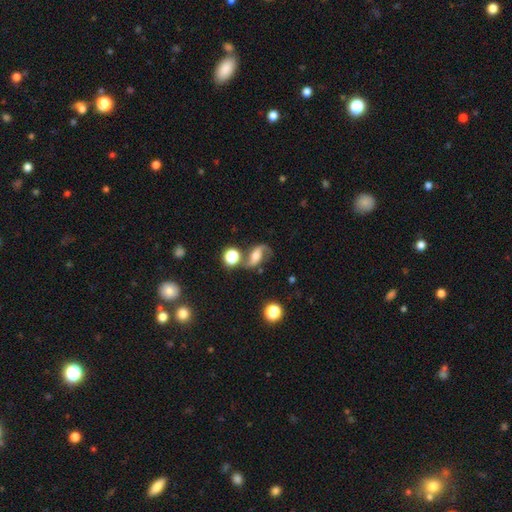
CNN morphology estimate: featured or disk 78%, smooth 13%, star or artifact 9%. Down the decision tree: edge-on disk — no (96%); bar — no (39%); spiral arms — yes (95%); spiral arm count — 2 (92%); spiral winding — loose (60%); bulge size — moderate (43%); merging — none (64%).